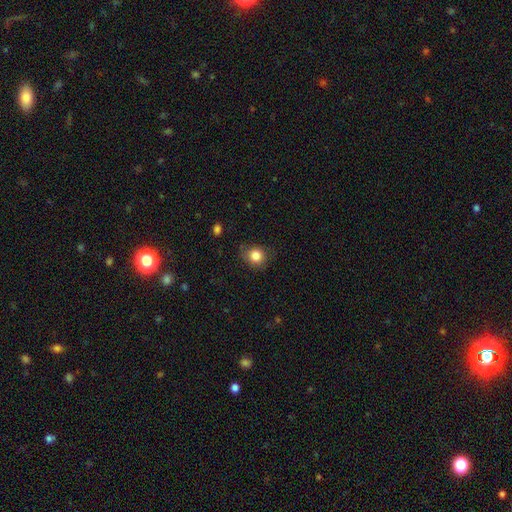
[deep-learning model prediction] A smooth galaxy with no disk features (84%) that is round (79%). Merging: none (75%).